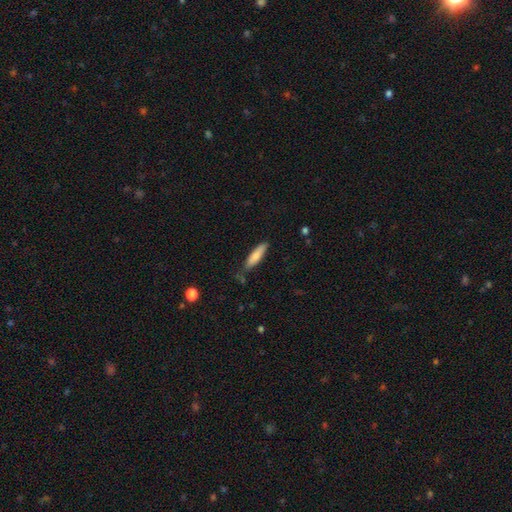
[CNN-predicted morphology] smooth 79%, featured or disk 15%, star or artifact 6%. Down the decision tree: how rounded — cigar-shaped (72%); merging — none (74%).